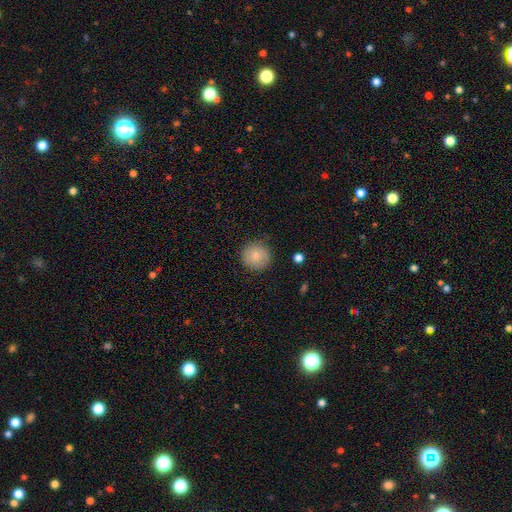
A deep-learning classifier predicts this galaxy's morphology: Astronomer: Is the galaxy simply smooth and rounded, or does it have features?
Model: smooth — 82%.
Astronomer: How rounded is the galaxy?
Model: round — 95%.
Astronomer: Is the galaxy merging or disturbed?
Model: none — 86%.